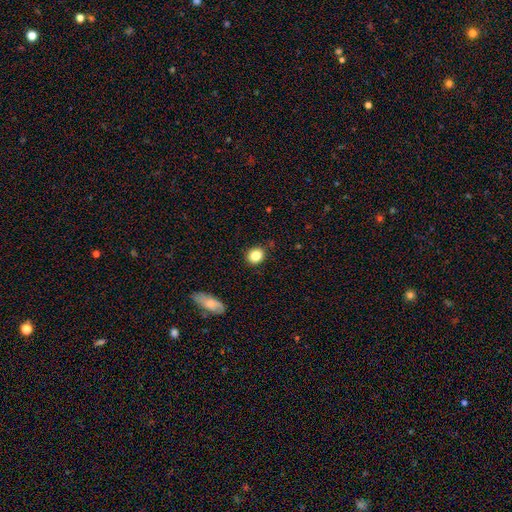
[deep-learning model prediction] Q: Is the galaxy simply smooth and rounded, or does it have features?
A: smooth — 84%.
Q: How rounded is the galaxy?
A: round — 69%.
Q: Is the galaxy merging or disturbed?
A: none — 86%.